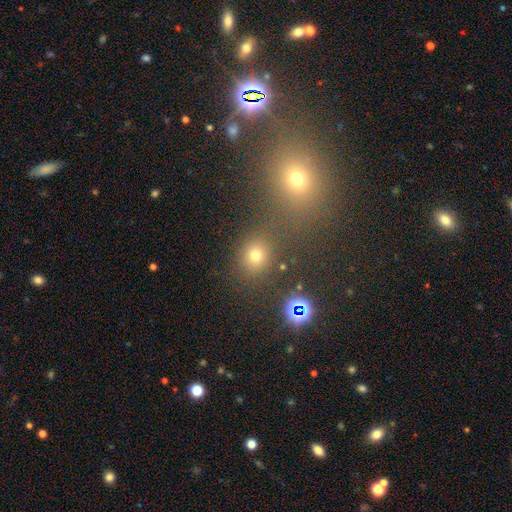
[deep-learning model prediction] Smooth or featured: smooth — 66% (star or artifact — 26%)
How rounded: round — 78% (in between — 21%)
Merging: none — 75% (merger — 12%)